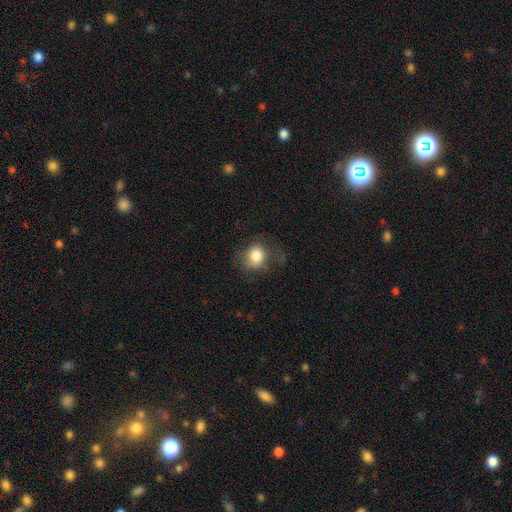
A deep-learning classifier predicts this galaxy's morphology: The model was most divided on "merging": none: 56%, minor disturbance: 24%, major disturbance: 19%, merger: 1%. More confident: smooth or featured — smooth (80%); how rounded — round (72%).